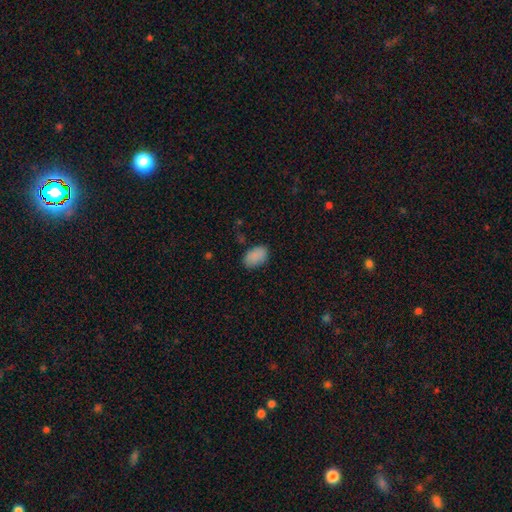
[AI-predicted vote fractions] Overall: smooth (88%). How rounded: in between (91%). Merging: none (82%).